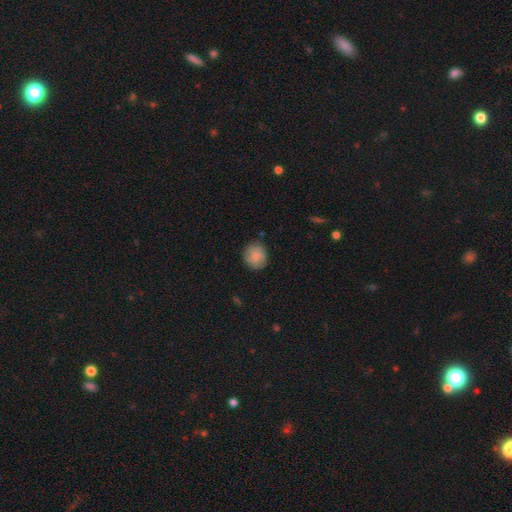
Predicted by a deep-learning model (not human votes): The model was most divided on "smooth or featured": smooth: 77%, featured or disk: 16%, star or artifact: 7%. More confident: how rounded — round (84%); merging — none (79%).